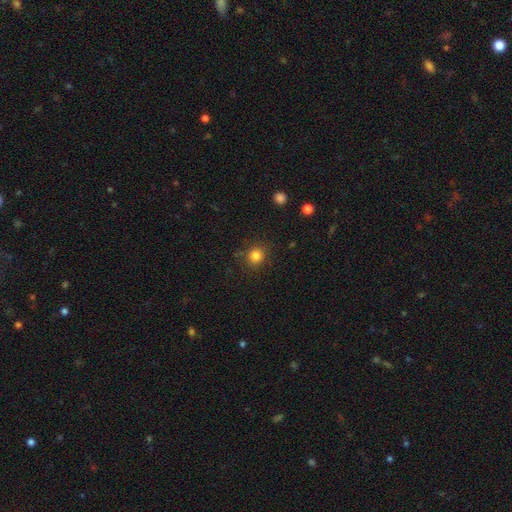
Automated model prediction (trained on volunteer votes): Smooth or featured? smooth (83%)
How rounded? round (87%)
Merging? none (85%)